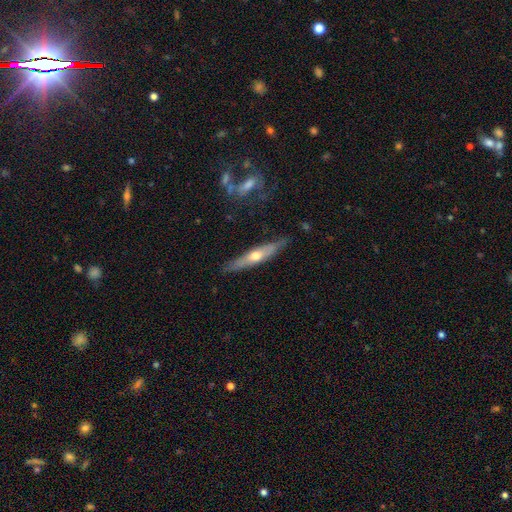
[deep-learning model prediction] Smooth or featured? featured or disk (57%)
Edge-on disk? yes (86%)
Merging? none (83%)